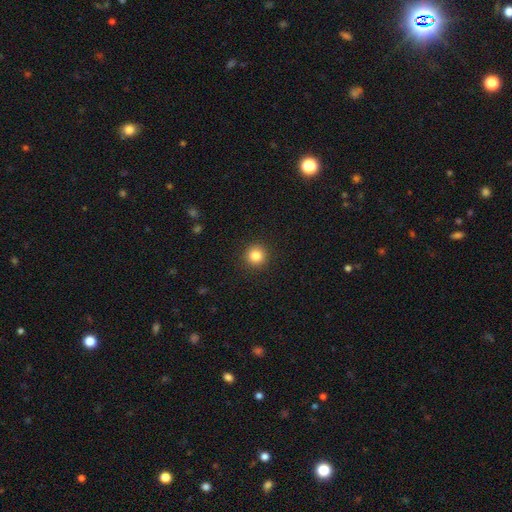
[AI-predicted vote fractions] Smooth or featured?
  - smooth: 84% *
  - star or artifact: 11%
  - featured or disk: 6%
How rounded?
  - round: 95% *
  - in between: 4%
  - cigar-shaped: 1%
Merging?
  - none: 92% *
  - minor disturbance: 5%
  - major disturbance: 2%
  - merger: 1%